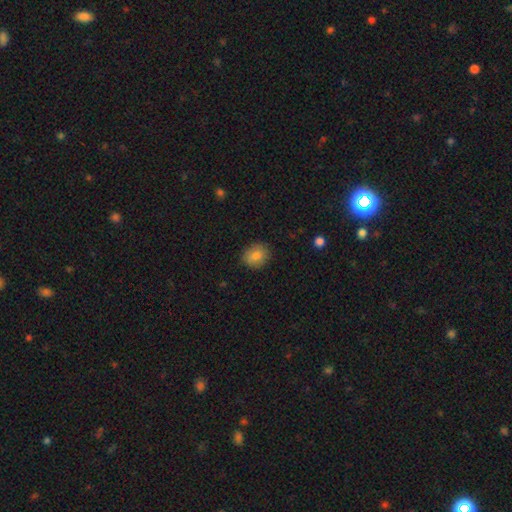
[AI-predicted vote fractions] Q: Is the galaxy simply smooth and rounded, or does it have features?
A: smooth — 83%.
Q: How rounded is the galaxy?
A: round — 61%.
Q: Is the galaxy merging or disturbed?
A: none — 87%.